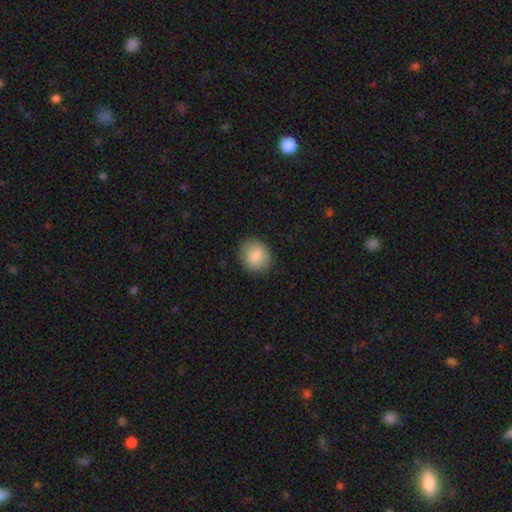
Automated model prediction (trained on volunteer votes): smooth-or-featured: smooth: 83% | featured or disk: 9% | star or artifact: 8%
  how-rounded: round: 72% | in between: 27% | cigar-shaped: 1%
  merging: none: 86% | minor disturbance: 10% | major disturbance: 3% | merger: 1%